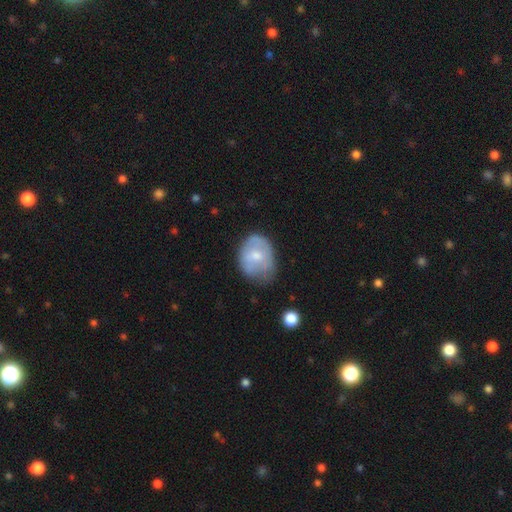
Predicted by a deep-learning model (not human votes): smooth-or-featured: smooth: 58% | featured or disk: 36% | star or artifact: 7%
  how-rounded: in between: 64% | round: 36% | cigar-shaped: 1%
  merging: none: 42% | minor disturbance: 39% | major disturbance: 17% | merger: 2%